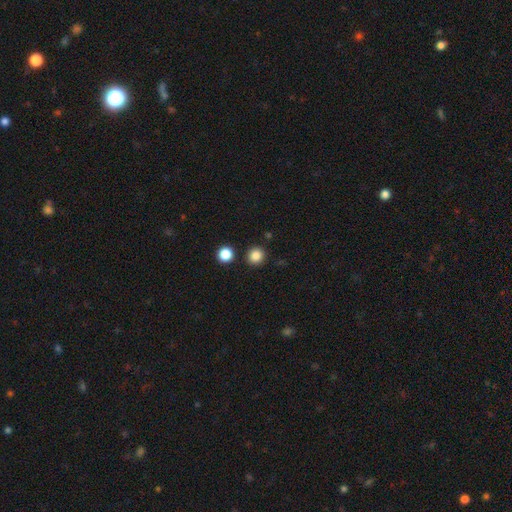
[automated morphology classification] Q: Smooth or featured?
A: smooth (86%); runner-up: star or artifact (11%)
Q: How rounded?
A: round (92%); runner-up: in between (7%)
Q: Merging?
A: none (89%); runner-up: minor disturbance (5%)